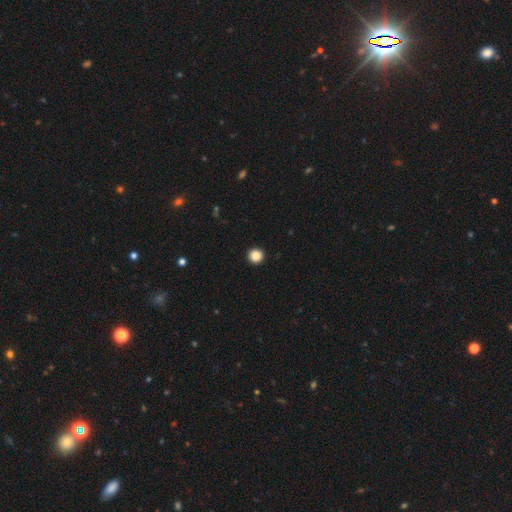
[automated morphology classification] type=smooth (87%); roundness=round (95%); merging=none (94%).